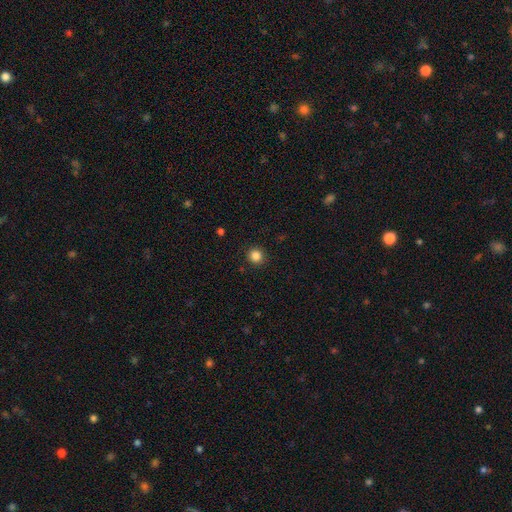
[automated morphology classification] smooth_or_featured: smooth (p=0.85) [alt: star or artifact p=0.12]
how_rounded: round (p=0.91) [alt: in between p=0.08]
merging: none (p=0.91) [alt: minor disturbance p=0.06]